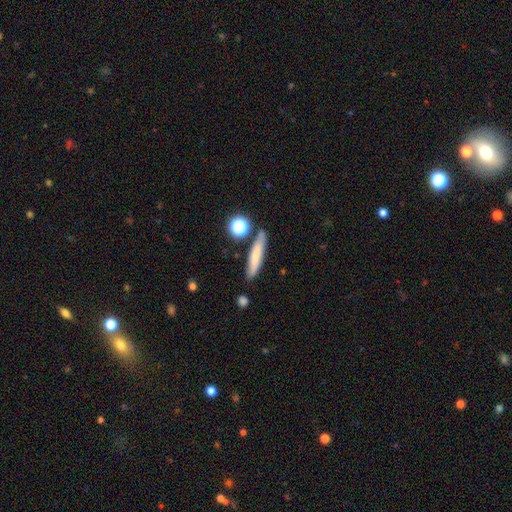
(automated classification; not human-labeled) smooth-or-featured: smooth: 69% | featured or disk: 22% | star or artifact: 9%
  how-rounded: cigar-shaped: 84% | in between: 13% | round: 3%
  merging: none: 78% | minor disturbance: 13% | merger: 6% | major disturbance: 3%